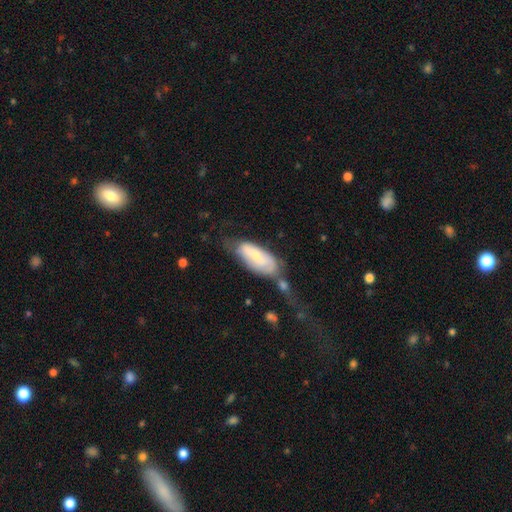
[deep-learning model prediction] This is possibly a featured or disk galaxy (47%). Merging: marginally none (33%).